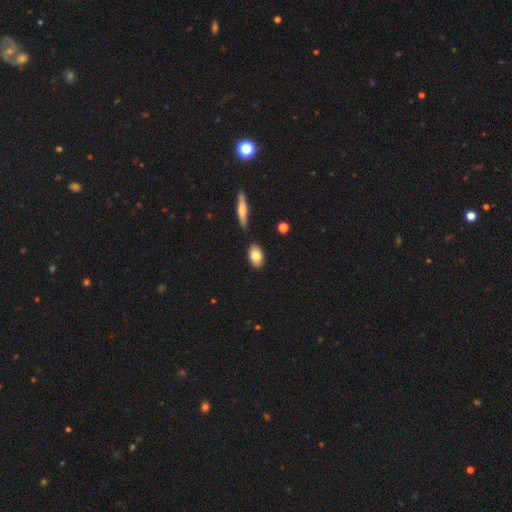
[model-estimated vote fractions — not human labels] Q: Smooth or featured?
A: smooth (79%); runner-up: featured or disk (14%)
Q: How rounded?
A: in between (88%); runner-up: round (8%)
Q: Merging?
A: none (83%); runner-up: minor disturbance (10%)